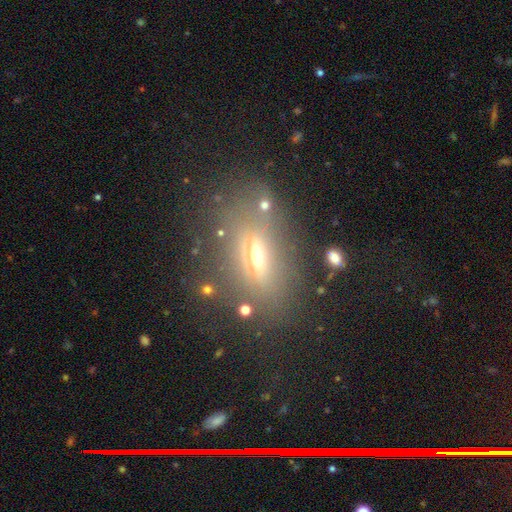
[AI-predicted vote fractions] Smooth or featured?
  - featured or disk: 42% *
  - smooth: 40%
  - star or artifact: 18%
Merging?
  - none: 70% *
  - minor disturbance: 15%
  - major disturbance: 9%
  - merger: 5%